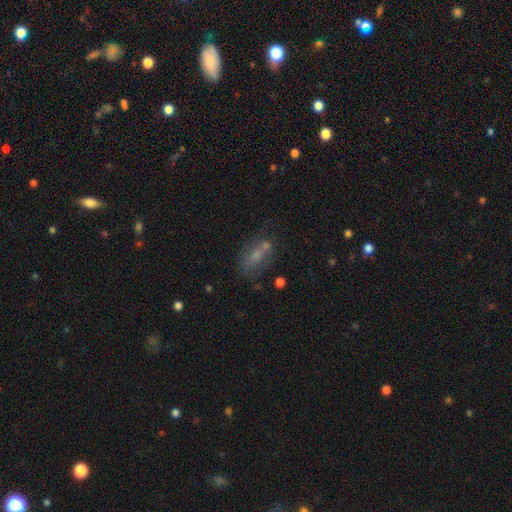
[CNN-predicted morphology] This is possibly a smooth galaxy (56%). How rounded: likely in between (78%). Merging: possibly none (45%).